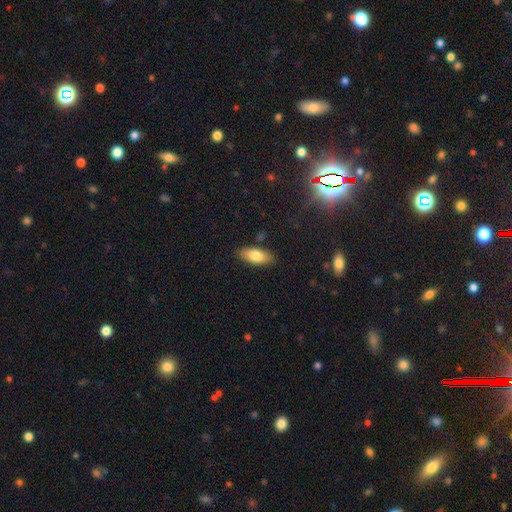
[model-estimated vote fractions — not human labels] Morphology: type=smooth (79%); roundness=in between (81%); merging=none (85%).